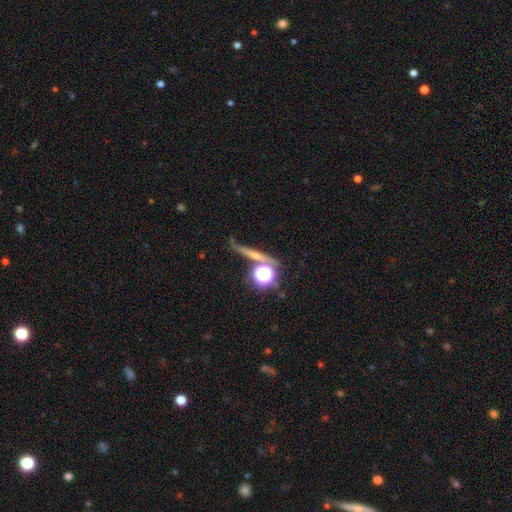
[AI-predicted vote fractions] This is marginally a star or artifact rather than a galaxy (34%, tied with featured or disk).